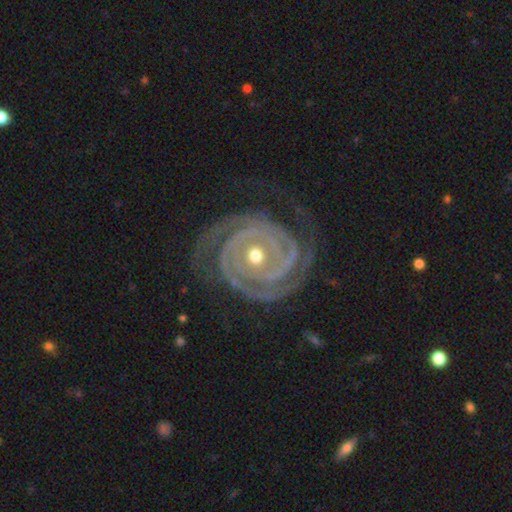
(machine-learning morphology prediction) A featured or disk galaxy (91%) with no bar (73%), 2 (57%) tight (80%) spiral arms (98%) and a moderate central bulge (61%). Merging: none (72%).